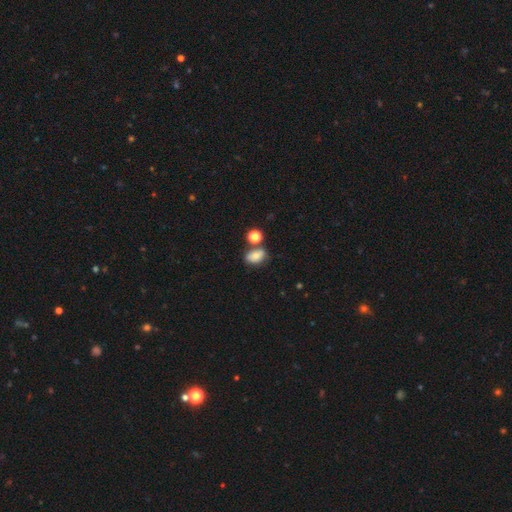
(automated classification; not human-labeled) This appears to be a smooth galaxy with no disk features (71%) that is in between round and cigar-shaped (73%). Merging: none (60%).